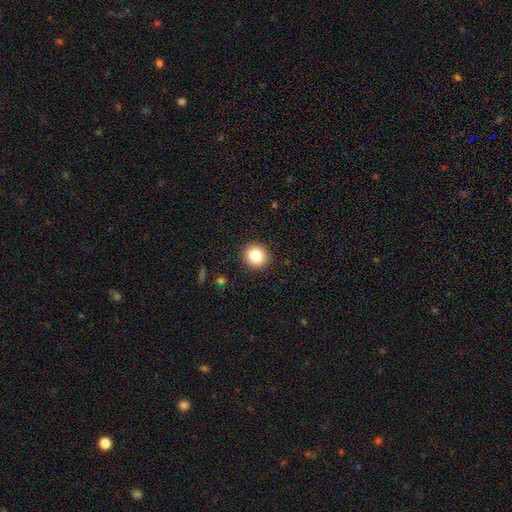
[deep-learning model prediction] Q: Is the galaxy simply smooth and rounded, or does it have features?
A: smooth — 84%.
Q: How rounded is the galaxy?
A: round — 90%.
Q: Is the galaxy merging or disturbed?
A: none — 92%.